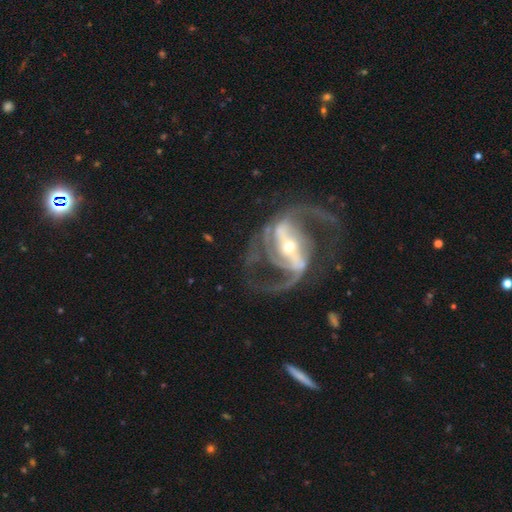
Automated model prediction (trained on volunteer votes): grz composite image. It shows a featured or disk galaxy (92%) with a strong bar (70%), 2 (88%) medium (54%) spiral arms (97%) and a small central bulge (53%). Merging: none (66%).